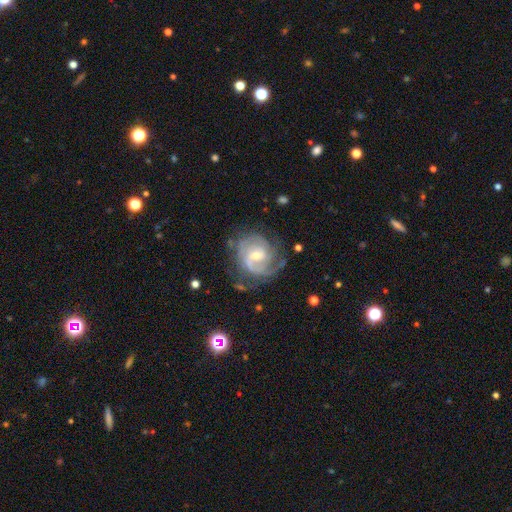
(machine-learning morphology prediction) featured or disk 87%, smooth 8%, star or artifact 5%. Down the decision tree: edge-on disk — no (98%); bar — weak (46%); spiral arms — yes (96%); spiral arm count — 2 (39%); spiral winding — tight (57%); bulge size — small (49%); merging — none (68%).